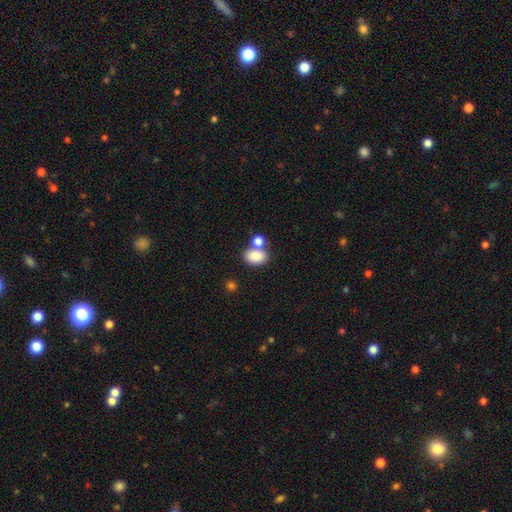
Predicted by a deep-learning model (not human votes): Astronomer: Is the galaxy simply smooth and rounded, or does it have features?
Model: smooth — 84%.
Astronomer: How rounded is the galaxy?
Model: in between — 80%.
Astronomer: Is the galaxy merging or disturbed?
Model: none — 49% (runner-up: merger, 36%).